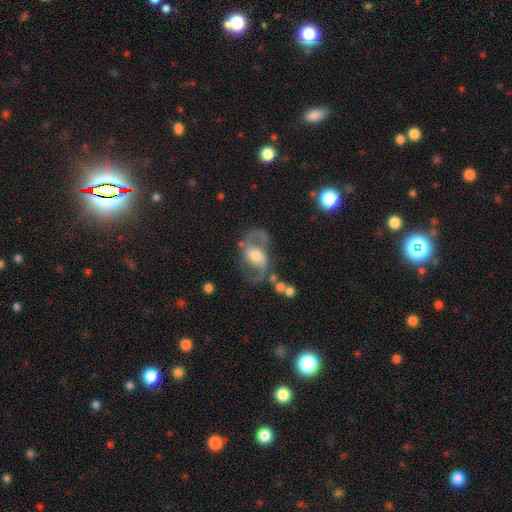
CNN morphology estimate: Overall: featured or disk (84%). Edge-on disk: no (97%). Bar: no (40%, tied with weak). Spiral arms: yes (91%). Spiral arm count: 2 (91%). Spiral winding: medium (49%; loose 41%). Bulge size: moderate (59%; small 22%). Merging: none (65%).